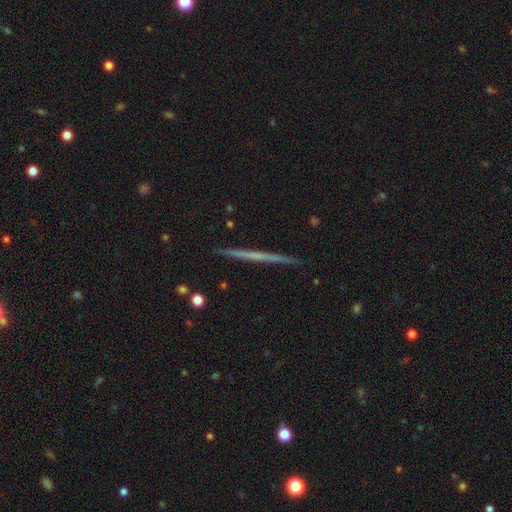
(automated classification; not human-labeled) A featured or disk galaxy (60%) viewed edge-on (98%) with no central bulge (85%).

Vote fractions:
- Smooth or featured? featured or disk: 60% / smooth: 34% / star or artifact: 6%
- Edge-on disk? yes: 98% / no: 2%
- Edge-on bulge? none: 85% / rounded: 11% / boxy: 4%
- Merging? none: 93% / minor disturbance: 5% / major disturbance: 1% / merger: 1%